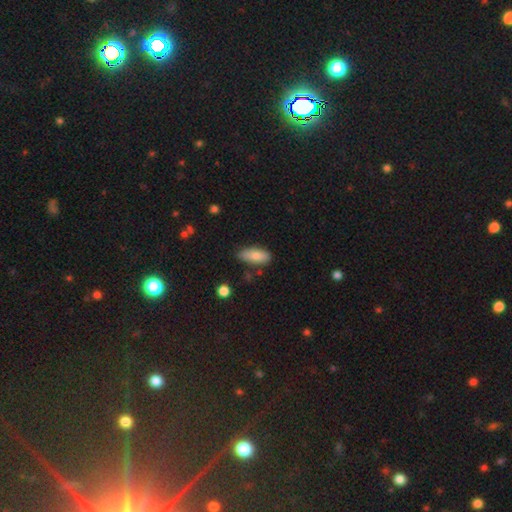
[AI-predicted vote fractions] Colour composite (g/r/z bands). It shows a smooth galaxy with no disk features (81%) that is in between round and cigar-shaped (80%). Merging: none (73%).